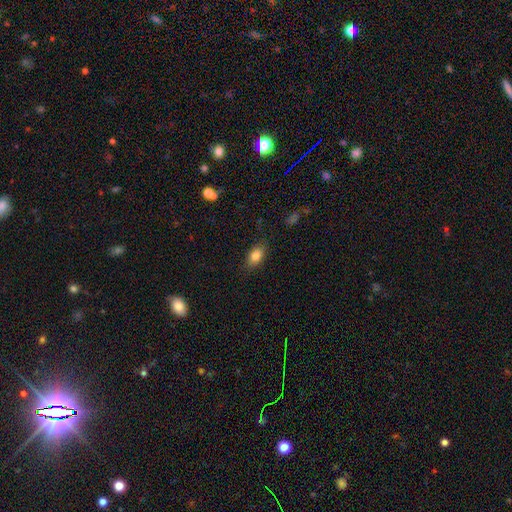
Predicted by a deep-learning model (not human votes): smooth-or-featured: smooth: 84% | star or artifact: 9% | featured or disk: 7%
  how-rounded: in between: 85% | round: 11% | cigar-shaped: 3%
  merging: none: 83% | minor disturbance: 13% | major disturbance: 3% | merger: 1%